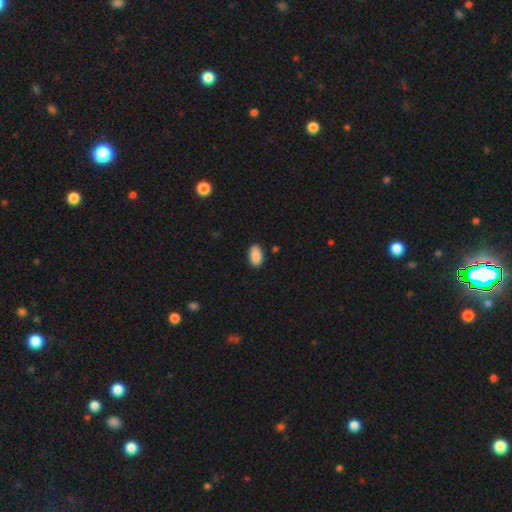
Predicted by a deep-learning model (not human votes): This appears to be a smooth galaxy with no disk features (90%) that is in between round and cigar-shaped (93%). Merging: none (87%).